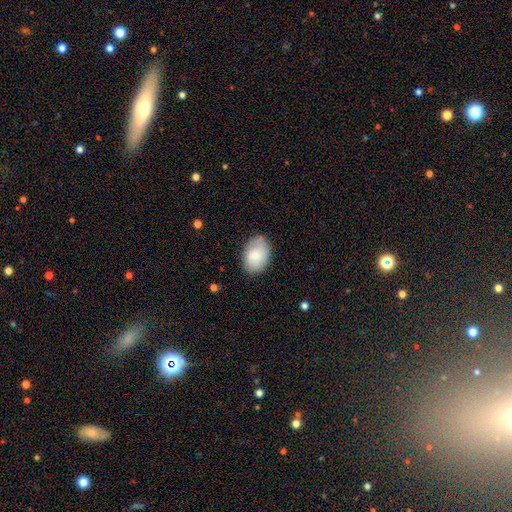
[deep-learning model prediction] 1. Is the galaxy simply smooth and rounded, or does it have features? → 80% smooth, 13% featured or disk, 6% star or artifact.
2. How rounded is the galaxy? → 85% in between, 14% round, 1% cigar-shaped.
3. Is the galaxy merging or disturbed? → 79% none, 16% minor disturbance, 3% major disturbance, 1% merger.